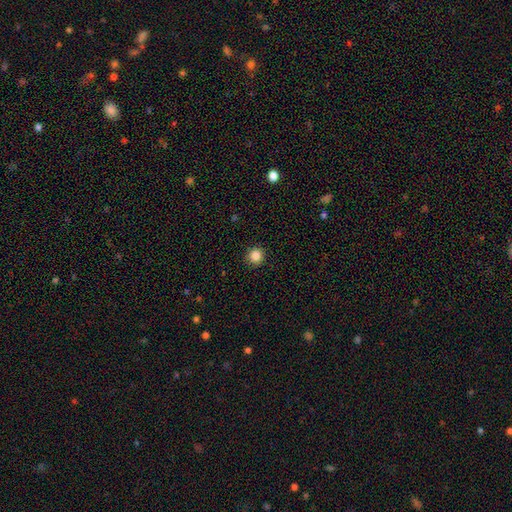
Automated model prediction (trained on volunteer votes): smooth 86%, star or artifact 11%, featured or disk 4%. Down the decision tree: how rounded — round (94%); merging — none (92%).